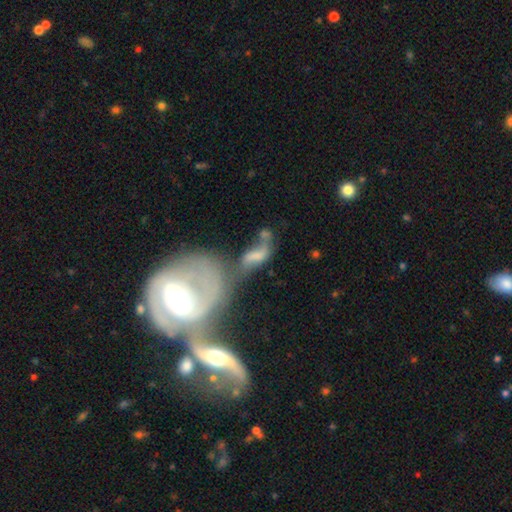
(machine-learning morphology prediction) Smooth or featured?
  - featured or disk: 44% *
  - smooth: 43%
  - star or artifact: 12%
Merging?
  - merger: 51% *
  - major disturbance: 22%
  - none: 16%
  - minor disturbance: 11%